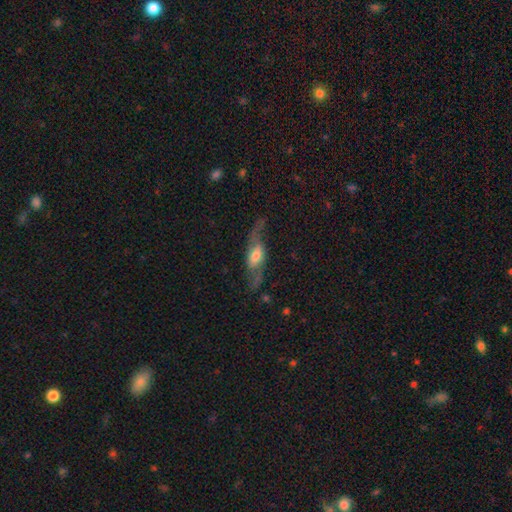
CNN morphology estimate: A featured or disk galaxy (73%) with a weak bar (41%), spiral arms (86%) and a moderate central bulge (55%).

Vote fractions:
- Smooth or featured? featured or disk: 73% / smooth: 20% / star or artifact: 7%
- Edge-on disk? no: 74% / yes: 26%
- Bar? weak: 41% / no: 37% / strong: 22%
- Spiral arms? yes: 86% / no: 14%
- Bulge size? moderate: 55% / small: 24% / large: 16% / none: 3% / dominant: 2%
- Merging? none: 65% / minor disturbance: 18% / major disturbance: 15% / merger: 2%